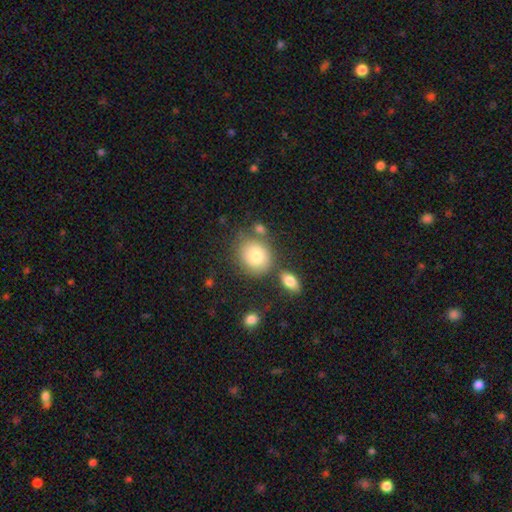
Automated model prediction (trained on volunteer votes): smooth 80%, featured or disk 11%, star or artifact 9%. Down the decision tree: how rounded — round (66%); merging — none (67%).